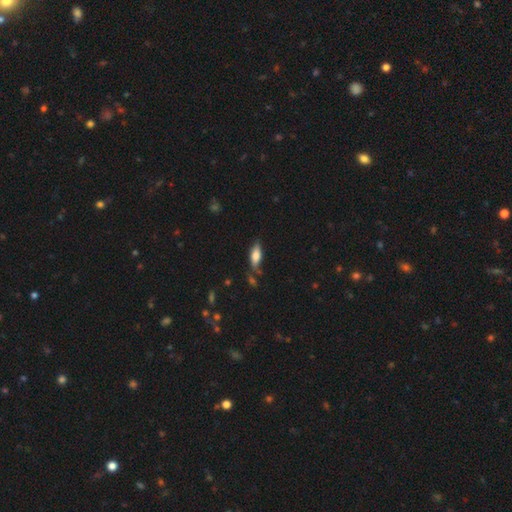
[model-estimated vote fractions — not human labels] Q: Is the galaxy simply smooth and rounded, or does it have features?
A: smooth — 71%.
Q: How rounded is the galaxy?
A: in between — 71%.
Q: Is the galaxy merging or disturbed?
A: none — 65%.